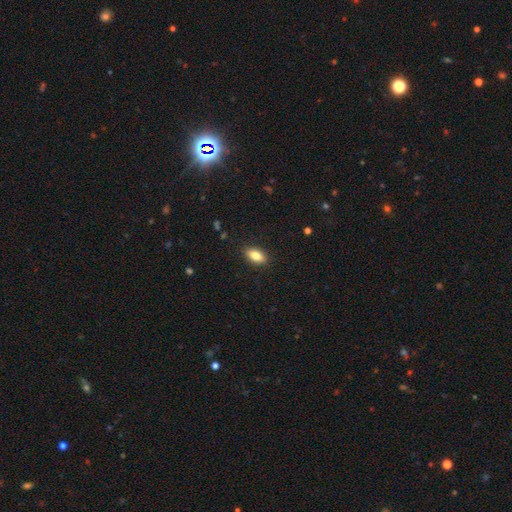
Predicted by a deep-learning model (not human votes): smooth 83%, featured or disk 9%, star or artifact 7%. Down the decision tree: how rounded — in between (88%); merging — none (89%).